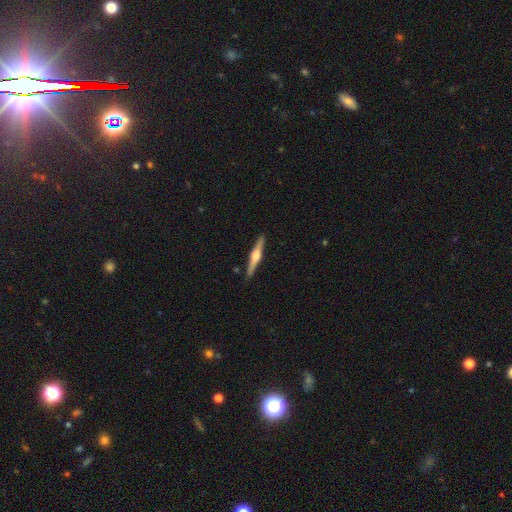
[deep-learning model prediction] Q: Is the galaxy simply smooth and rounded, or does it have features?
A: featured or disk — 73%.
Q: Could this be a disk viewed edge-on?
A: yes — 98%.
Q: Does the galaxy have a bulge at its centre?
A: rounded — 92%.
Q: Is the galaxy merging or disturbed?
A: none — 91%.